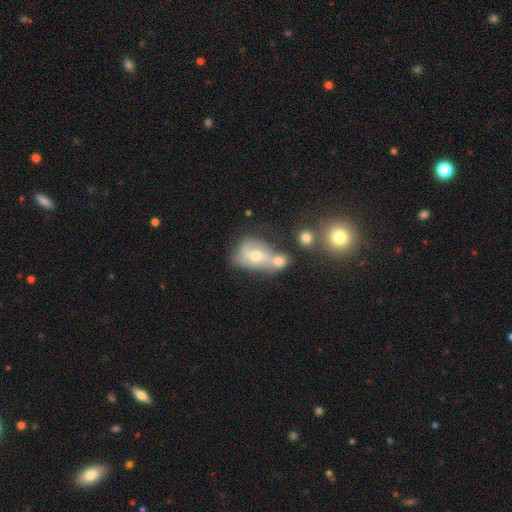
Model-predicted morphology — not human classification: smooth-or-featured: smooth: 49% | featured or disk: 40% | star or artifact: 10%
  merging: merger: 57% | none: 21% | minor disturbance: 13% | major disturbance: 10%